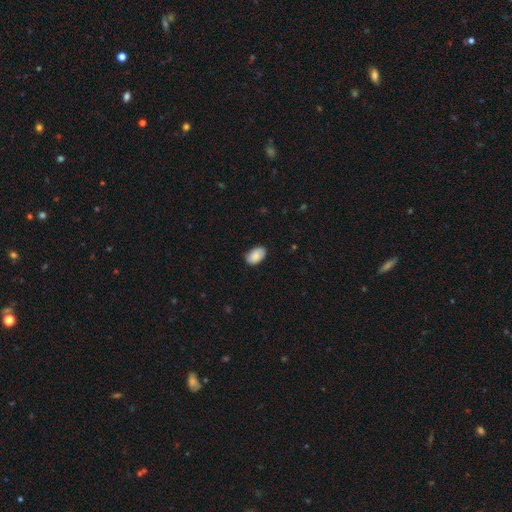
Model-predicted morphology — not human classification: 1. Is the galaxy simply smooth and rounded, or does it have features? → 86% smooth, 7% featured or disk, 7% star or artifact.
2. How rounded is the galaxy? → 92% in between, 7% round, 1% cigar-shaped.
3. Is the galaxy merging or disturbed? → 81% none, 15% minor disturbance, 3% major disturbance, 1% merger.